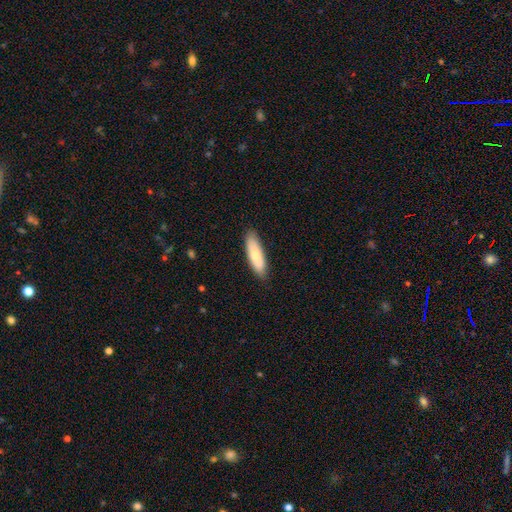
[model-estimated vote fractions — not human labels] A smooth galaxy with no disk features (75%) that is cigar-shaped (59%).

Vote fractions:
- Smooth or featured? smooth: 75% / featured or disk: 20% / star or artifact: 6%
- How rounded? cigar-shaped: 59% / in between: 40% / round: 2%
- Merging? none: 87% / minor disturbance: 10% / major disturbance: 2% / merger: 1%